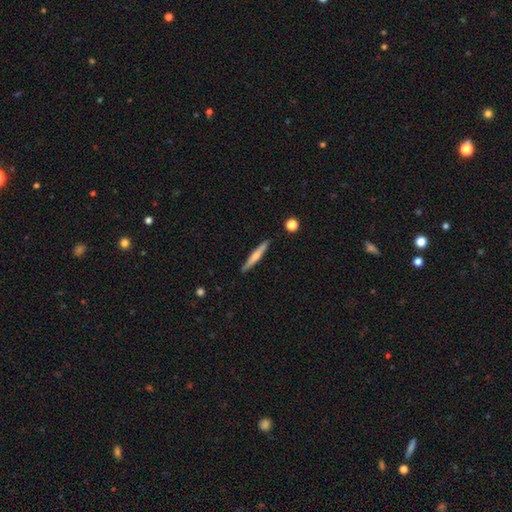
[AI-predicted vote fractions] A smooth galaxy with no disk features (52%) that is cigar-shaped (94%). Merging: none (89%).